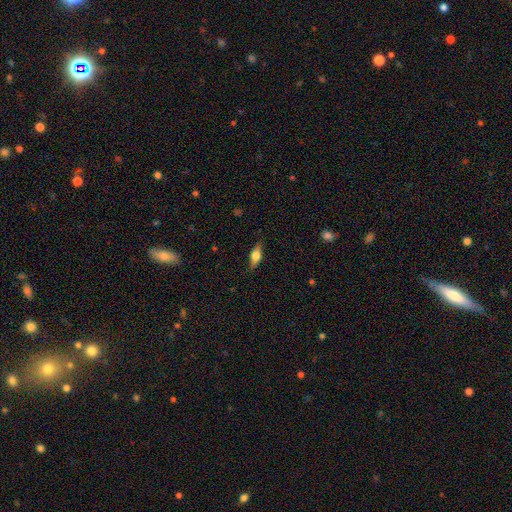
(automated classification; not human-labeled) Smooth or featured?
  - smooth: 52% *
  - featured or disk: 41%
  - star or artifact: 7%
How rounded?
  - in between: 66% *
  - cigar-shaped: 28%
  - round: 6%
Merging?
  - none: 82% *
  - minor disturbance: 14%
  - major disturbance: 3%
  - merger: 1%